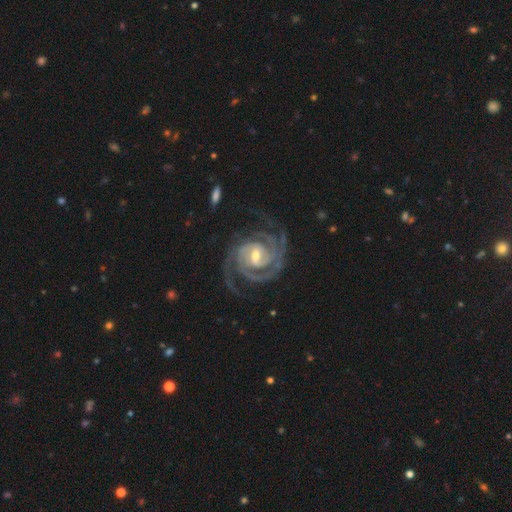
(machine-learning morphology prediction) This appears to be a featured or disk galaxy (94%) with a weak bar (49%), 2 (37%) tight (65%) spiral arms (99%) and a moderate central bulge (57%). Merging: none (74%).